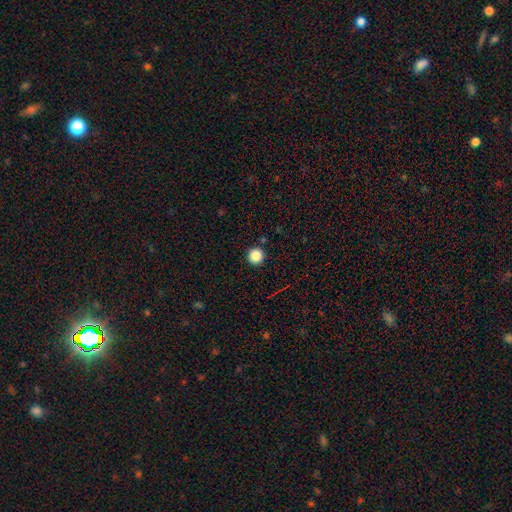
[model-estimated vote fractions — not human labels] The model was most divided on "smooth or featured": smooth: 86%, star or artifact: 11%, featured or disk: 3%. More confident: how rounded — round (96%); merging — none (92%).